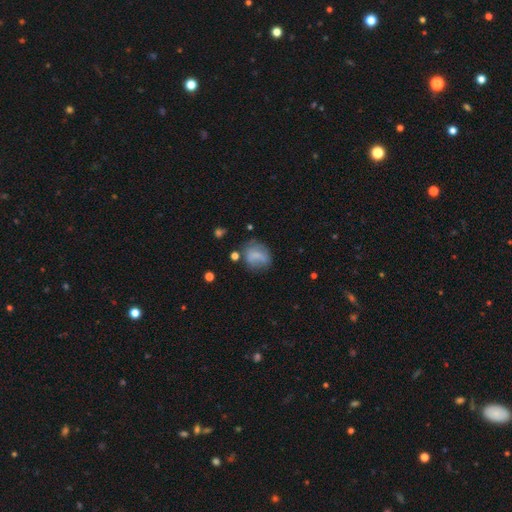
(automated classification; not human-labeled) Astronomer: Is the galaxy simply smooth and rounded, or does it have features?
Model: smooth — 66%.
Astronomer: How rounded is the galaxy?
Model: round — 60% (runner-up: in between, 39%).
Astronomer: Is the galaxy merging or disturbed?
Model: none — 49% (runner-up: minor disturbance, 28%).